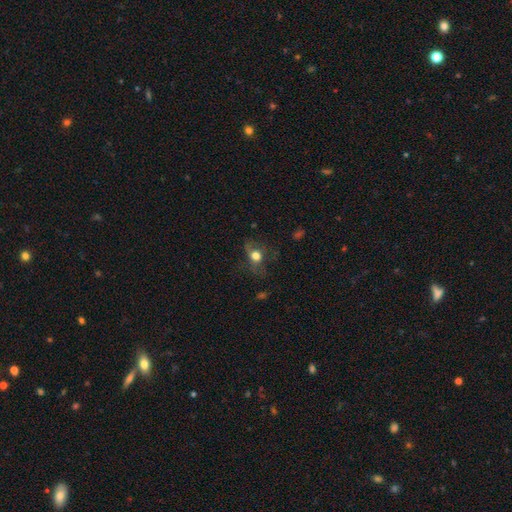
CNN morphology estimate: This is possibly a smooth galaxy (58%). How rounded: possibly round (51%). Merging: possibly none (51%).